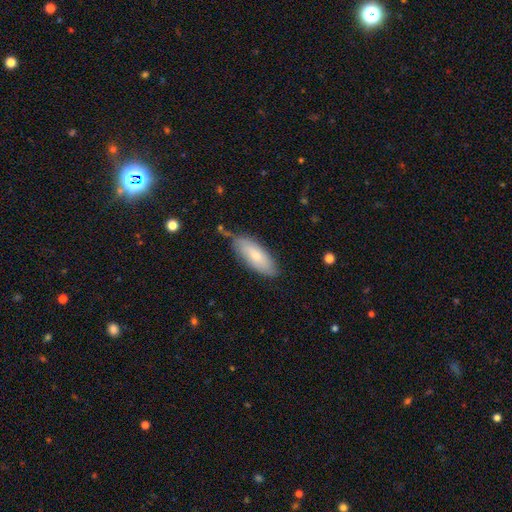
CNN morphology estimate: smooth_or_featured: smooth (p=0.69) [alt: featured or disk p=0.25]
how_rounded: in between (p=0.78) [alt: cigar-shaped p=0.20]
merging: none (p=0.67) [alt: minor disturbance p=0.25]